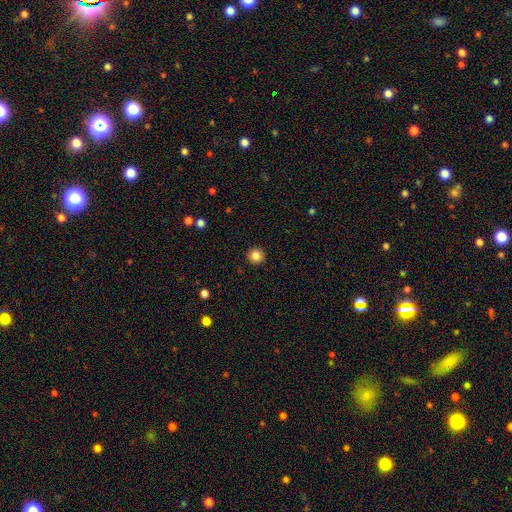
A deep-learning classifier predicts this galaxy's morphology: Smooth or featured? Predicted: smooth (p=0.84). How rounded? Predicted: round (p=0.95). Merging? Predicted: none (p=0.92).